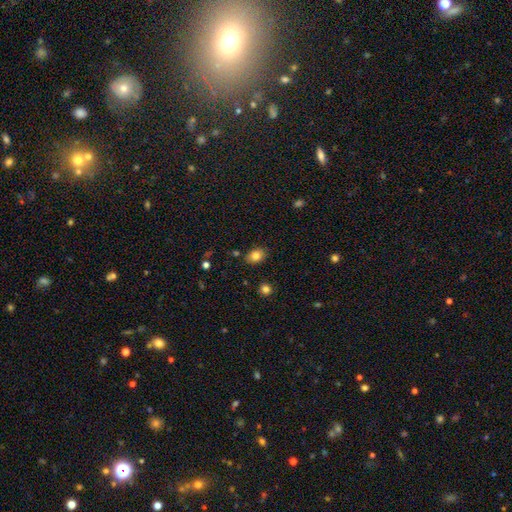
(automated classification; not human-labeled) A smooth galaxy with no disk features (82%) that is in between round and cigar-shaped (69%). Merging: none (83%).